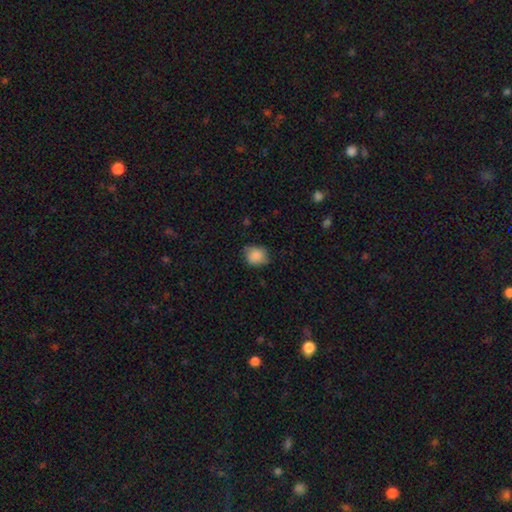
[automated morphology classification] This appears to be a smooth galaxy with no disk features (85%) that is round (67%). Merging: none (69%).